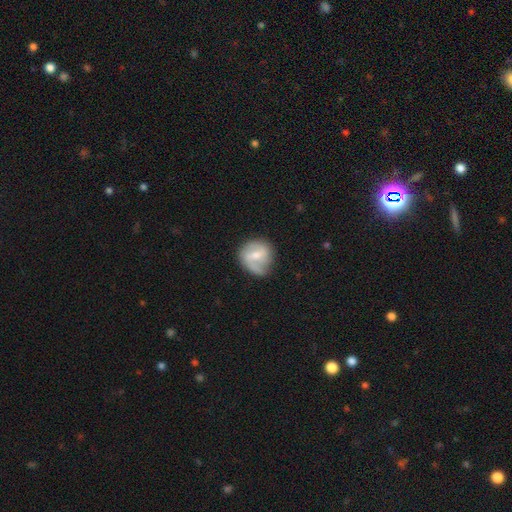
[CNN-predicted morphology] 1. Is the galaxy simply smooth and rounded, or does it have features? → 60% featured or disk, 34% smooth, 6% star or artifact.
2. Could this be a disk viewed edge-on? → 97% no, 3% yes.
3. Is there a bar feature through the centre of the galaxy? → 54% weak, 27% no, 19% strong.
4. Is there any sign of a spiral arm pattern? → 83% yes, 17% no.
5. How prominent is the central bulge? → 52% moderate, 40% small, 4% none, 3% large, 1% dominant.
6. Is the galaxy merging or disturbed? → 64% none, 25% minor disturbance, 9% major disturbance, 2% merger.